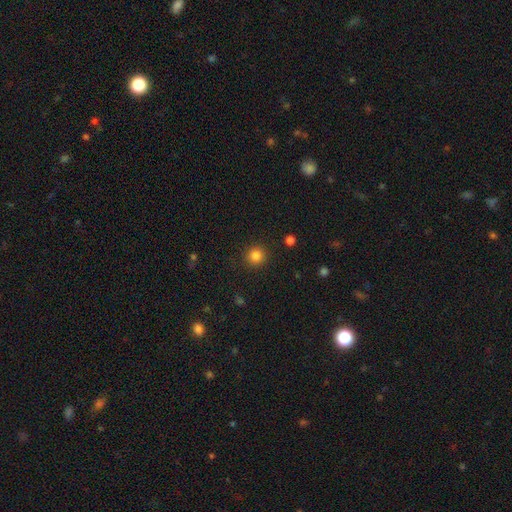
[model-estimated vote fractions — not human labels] Smooth or featured? Predicted: smooth (p=0.84). How rounded? Predicted: round (p=0.93). Merging? Predicted: none (p=0.90).